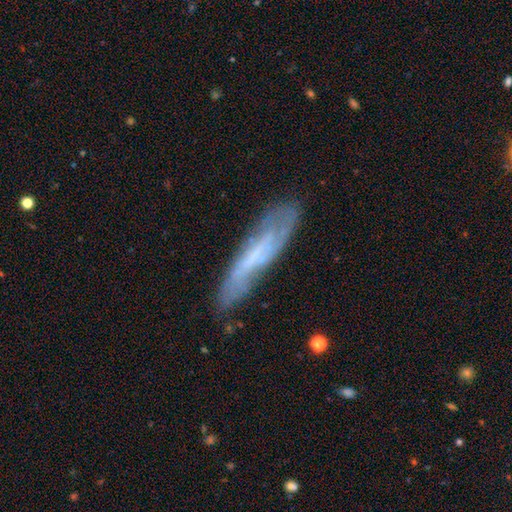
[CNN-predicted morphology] Smooth or featured: featured or disk — 57% (smooth — 36%)
Edge-on disk: no — 52% (yes — 48%)
Merging: none — 72% (minor disturbance — 20%)